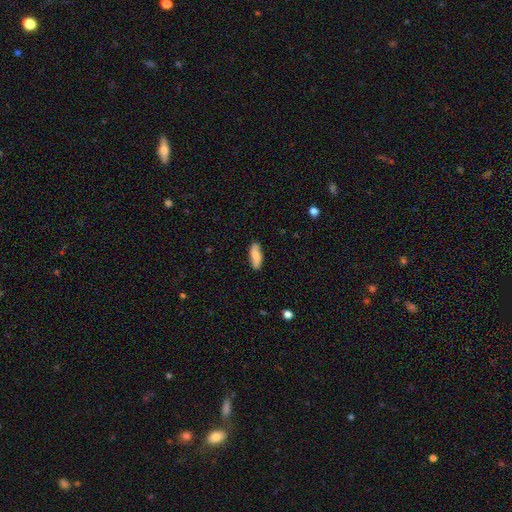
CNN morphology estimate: The model was most divided on "how rounded": in between: 68%, cigar-shaped: 30%, round: 3%. More confident: merging — none (85%); smooth or featured — smooth (71%).